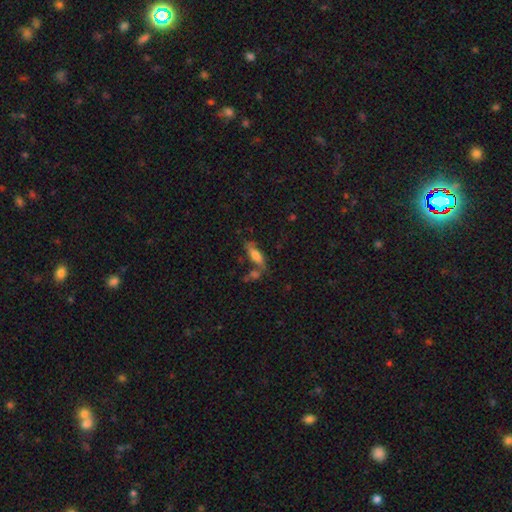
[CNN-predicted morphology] smooth 57%, featured or disk 35%, star or artifact 8%. Down the decision tree: how rounded — cigar-shaped (51%); merging — none (59%).